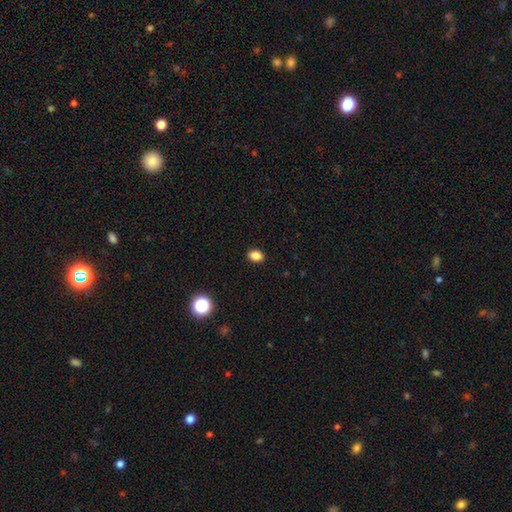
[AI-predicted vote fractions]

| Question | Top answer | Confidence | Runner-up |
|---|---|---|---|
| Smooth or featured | smooth | 85% | star or artifact (11%) |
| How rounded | in between | 68% | round (31%) |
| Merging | none | 91% | minor disturbance (7%) |